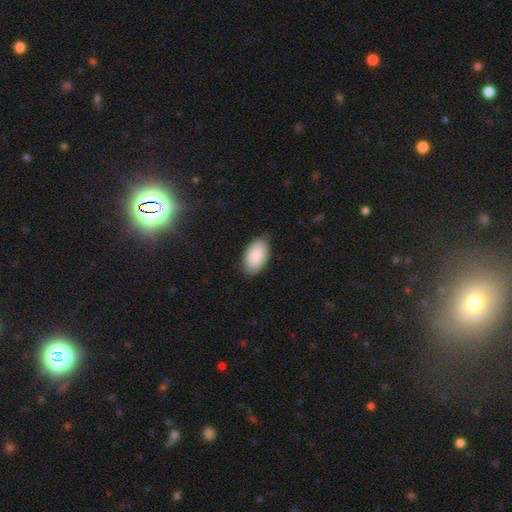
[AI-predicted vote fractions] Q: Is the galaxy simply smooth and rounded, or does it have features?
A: smooth — 89%.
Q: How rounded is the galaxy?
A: in between — 95%.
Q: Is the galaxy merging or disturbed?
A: none — 78%.